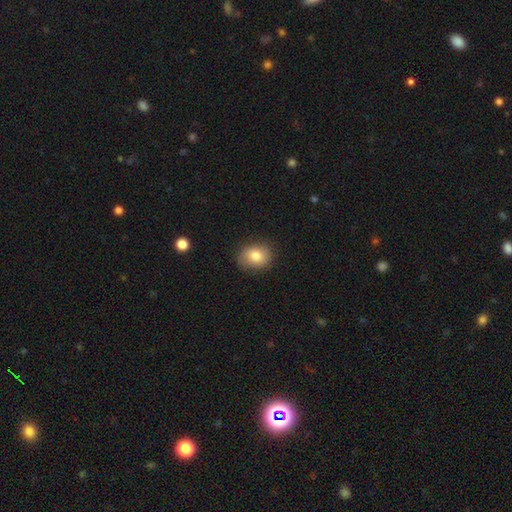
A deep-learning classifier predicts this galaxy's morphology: Smooth or featured? Predicted: smooth (p=0.82). How rounded? Predicted: in between (p=0.52). Merging? Predicted: none (p=0.83).